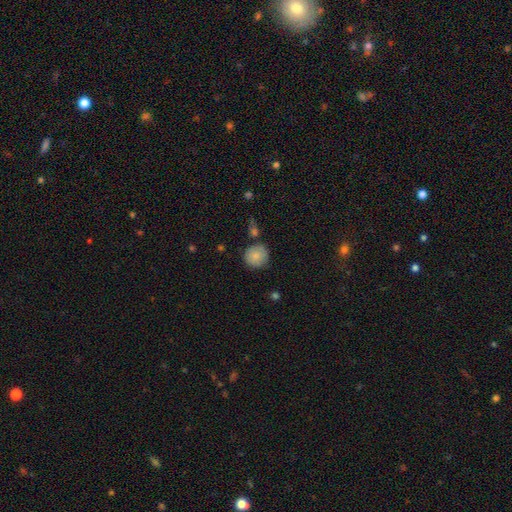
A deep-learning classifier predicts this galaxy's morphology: This is clearly a smooth galaxy (82%). How rounded: clearly round (90%). Merging: likely none (76%).